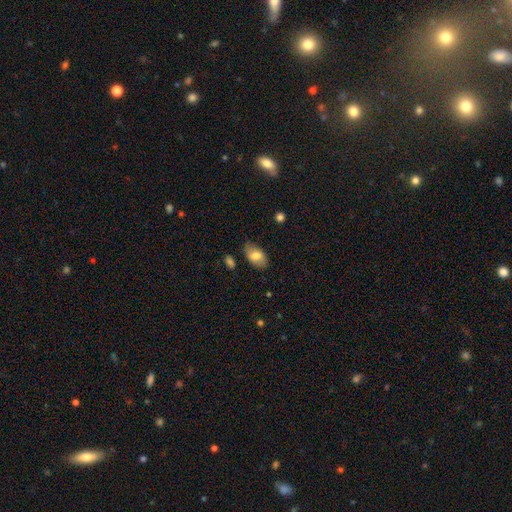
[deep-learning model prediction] Overall: smooth (72%). How rounded: in between (94%). Merging: none (75%).